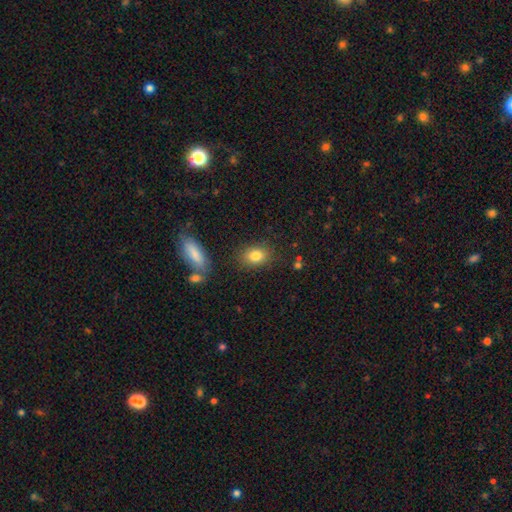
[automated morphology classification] smooth-or-featured: smooth: 84% | star or artifact: 9% | featured or disk: 8%
  how-rounded: in between: 67% | round: 31% | cigar-shaped: 2%
  merging: none: 82% | minor disturbance: 11% | merger: 4% | major disturbance: 3%